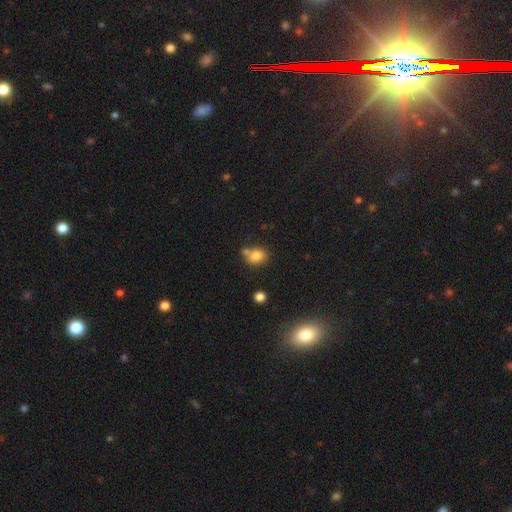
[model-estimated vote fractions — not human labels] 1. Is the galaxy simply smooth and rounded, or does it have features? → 80% smooth, 11% star or artifact, 8% featured or disk.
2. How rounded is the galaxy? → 57% round, 42% in between, 1% cigar-shaped.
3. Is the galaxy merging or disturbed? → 58% none, 23% merger, 15% minor disturbance, 4% major disturbance.